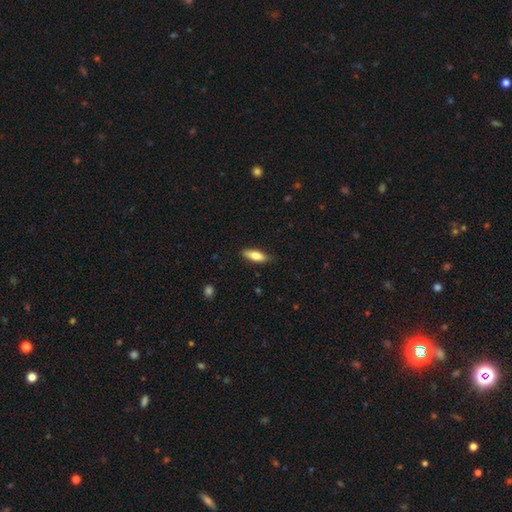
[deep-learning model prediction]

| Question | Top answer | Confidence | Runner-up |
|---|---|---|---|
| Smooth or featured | smooth | 76% | featured or disk (18%) |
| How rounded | in between | 59% | cigar-shaped (39%) |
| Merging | none | 84% | minor disturbance (12%) |